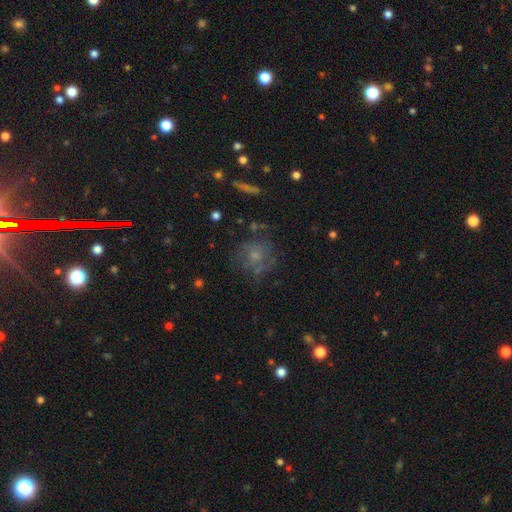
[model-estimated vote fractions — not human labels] Smooth or featured? Predicted: smooth (p=0.50). Merging? Predicted: none (p=0.60).